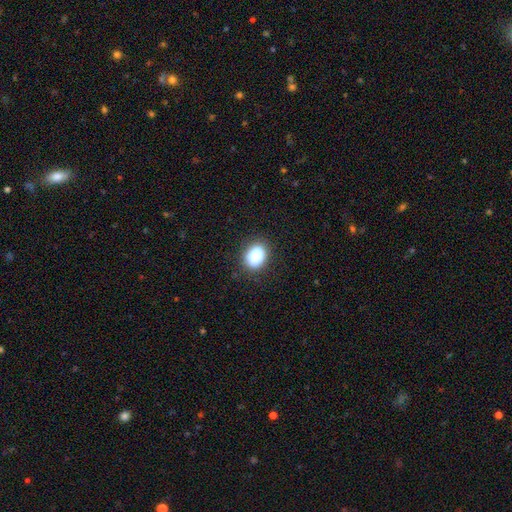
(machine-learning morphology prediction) Q: Smooth or featured?
A: smooth (88%); runner-up: star or artifact (8%)
Q: How rounded?
A: in between (64%); runner-up: round (35%)
Q: Merging?
A: none (85%); runner-up: minor disturbance (11%)